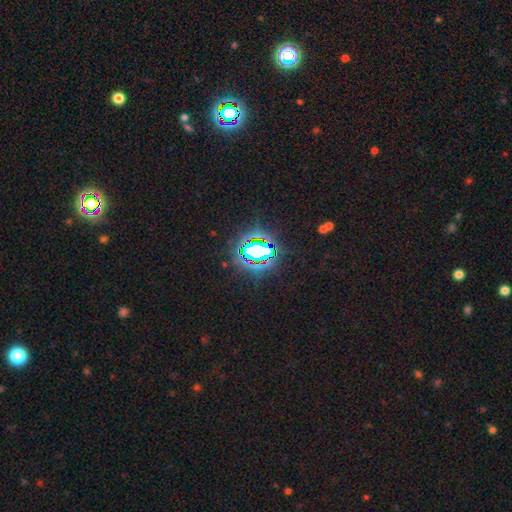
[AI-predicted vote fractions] Smooth or featured? Predicted: star or artifact (p=0.83).